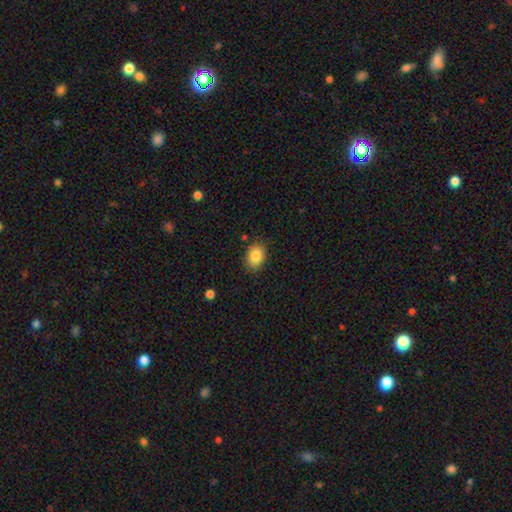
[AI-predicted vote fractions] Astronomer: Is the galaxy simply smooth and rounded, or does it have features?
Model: smooth — 85%.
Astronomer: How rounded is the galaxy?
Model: in between — 75%.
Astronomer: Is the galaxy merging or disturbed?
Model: none — 84%.